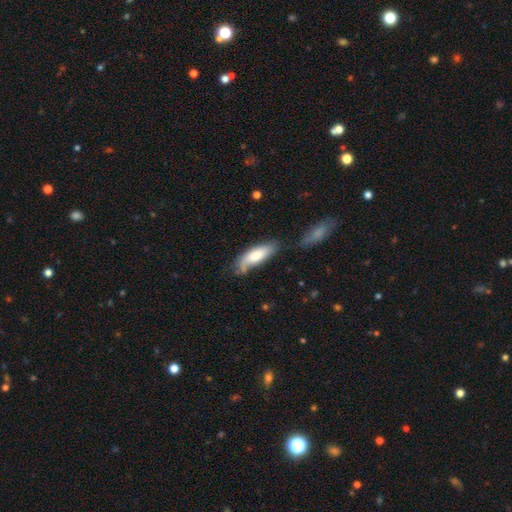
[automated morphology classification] A smooth galaxy with no disk features (73%) that is in between round and cigar-shaped (66%). Merging: none (50%).